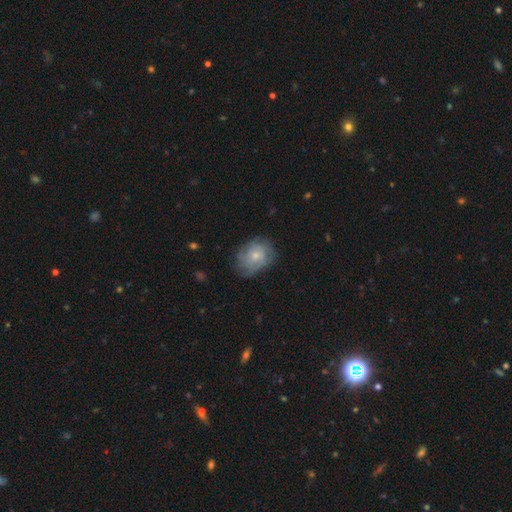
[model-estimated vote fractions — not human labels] This is possibly a featured or disk galaxy (50%). Merging: likely none (67%).